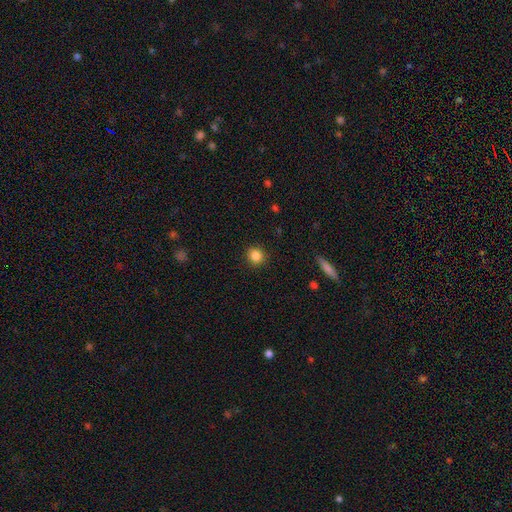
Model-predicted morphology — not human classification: smooth-or-featured: smooth: 85% | star or artifact: 11% | featured or disk: 4%
  how-rounded: round: 89% | in between: 10% | cigar-shaped: 1%
  merging: none: 90% | minor disturbance: 6% | major disturbance: 2% | merger: 1%